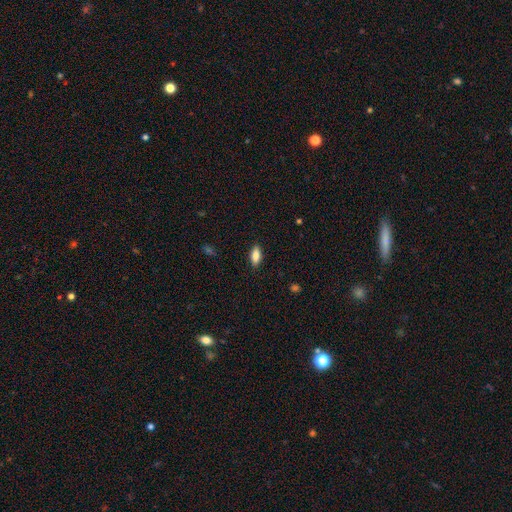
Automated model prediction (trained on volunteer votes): Overall: smooth (83%). How rounded: in between (82%). Merging: none (88%).